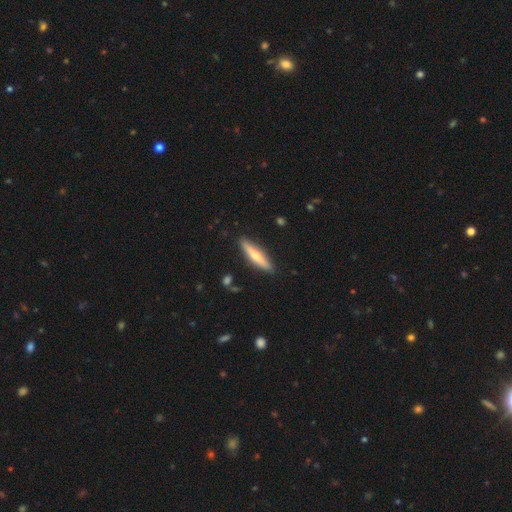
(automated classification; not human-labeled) smooth 51%, featured or disk 43%, star or artifact 5%. Down the decision tree: how rounded — cigar-shaped (84%); merging — none (88%).